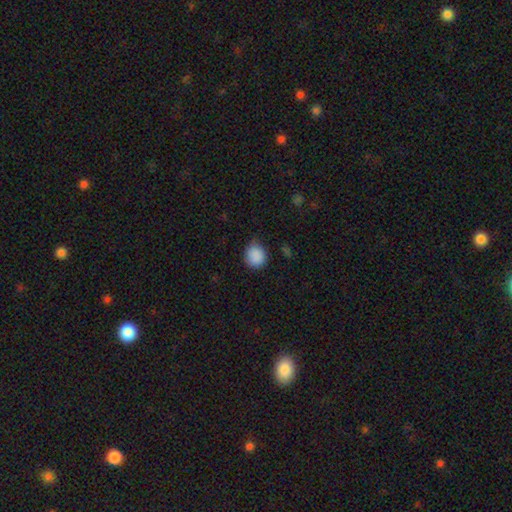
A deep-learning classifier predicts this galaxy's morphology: A smooth galaxy with no disk features (88%) that is round (75%).

Vote fractions:
- Smooth or featured? smooth: 88% / star or artifact: 8% / featured or disk: 4%
- How rounded? round: 75% / in between: 24% / cigar-shaped: 1%
- Merging? none: 71% / minor disturbance: 23% / major disturbance: 4% / merger: 1%